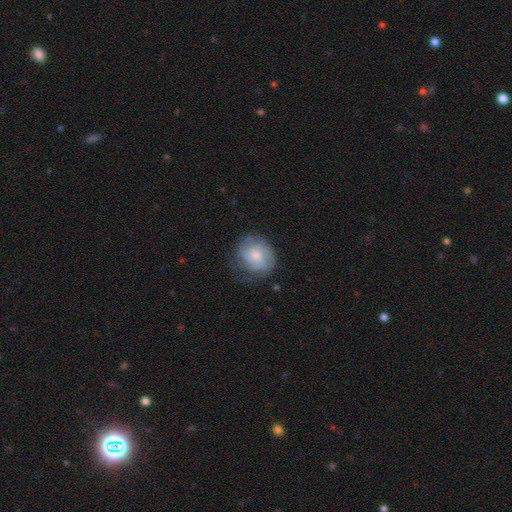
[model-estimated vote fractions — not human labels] Smooth or featured? smooth (49%)
Merging? none (60%)